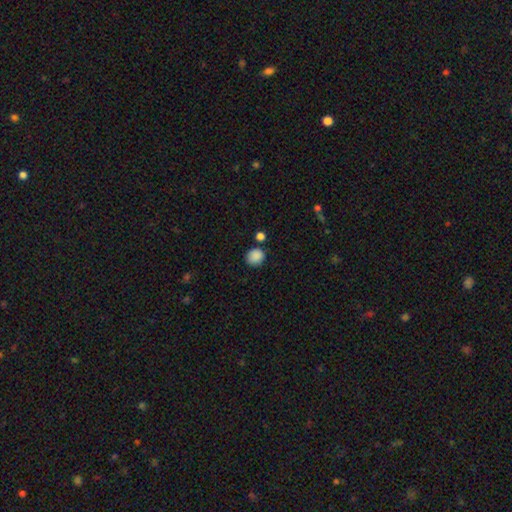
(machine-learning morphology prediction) smooth_or_featured: smooth (p=0.87) [alt: star or artifact p=0.09]
how_rounded: round (p=0.79) [alt: in between p=0.20]
merging: none (p=0.79) [alt: minor disturbance p=0.12]